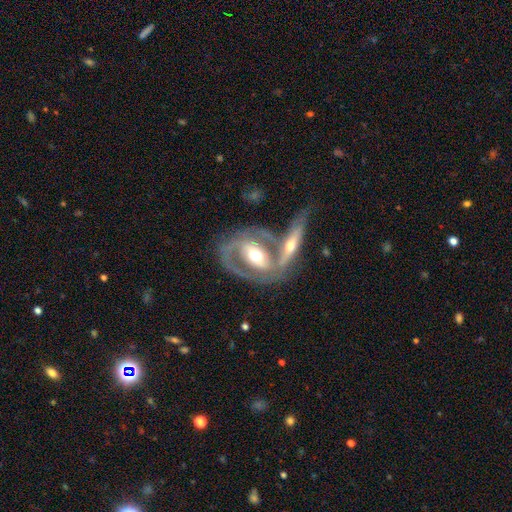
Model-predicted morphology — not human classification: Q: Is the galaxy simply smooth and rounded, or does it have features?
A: featured or disk — 78%.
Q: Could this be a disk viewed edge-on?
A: no — 88%.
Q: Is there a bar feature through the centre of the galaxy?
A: strong — 39%.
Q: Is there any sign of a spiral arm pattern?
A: yes — 76%.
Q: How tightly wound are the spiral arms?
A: medium — 43%.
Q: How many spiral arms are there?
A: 2 — 72%.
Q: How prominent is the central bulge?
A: moderate — 70%.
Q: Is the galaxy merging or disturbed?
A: none — 42%.